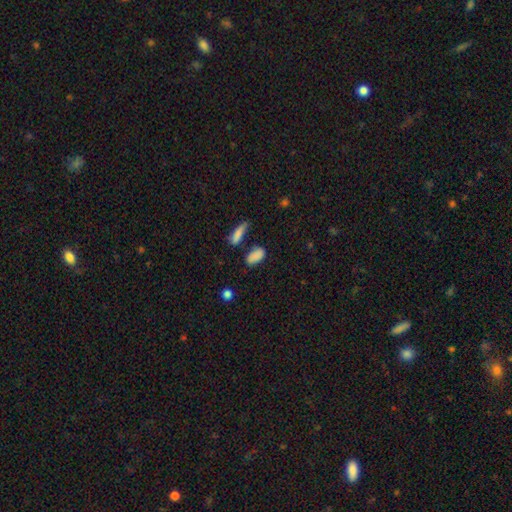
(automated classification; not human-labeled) Smooth or featured? Predicted: smooth (p=0.82). How rounded? Predicted: in between (p=0.89). Merging? Predicted: none (p=0.58).